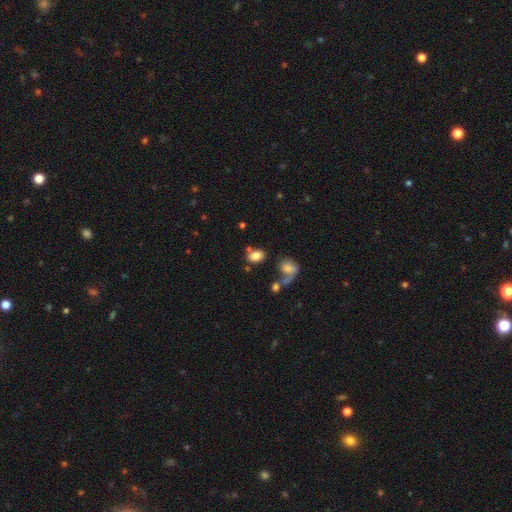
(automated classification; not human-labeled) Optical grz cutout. It shows a smooth galaxy with no disk features (81%) that is in between round and cigar-shaped (79%). Merging: none (62%).